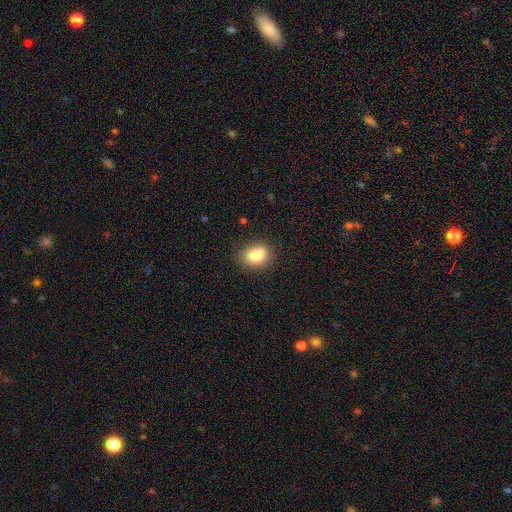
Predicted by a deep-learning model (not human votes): This appears to be a smooth galaxy with no disk features (76%) that is round (51%). Merging: none (61%).